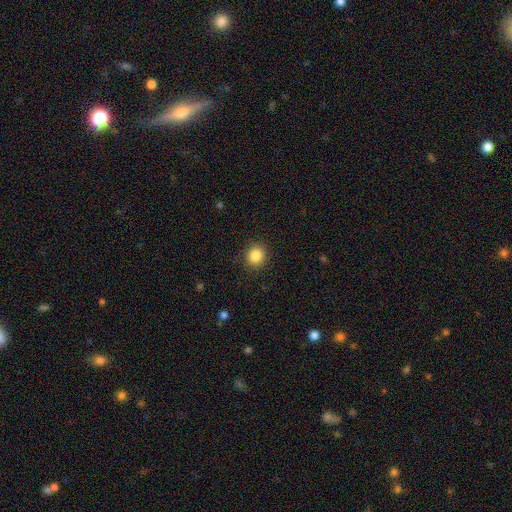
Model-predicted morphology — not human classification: This appears to be a smooth galaxy with no disk features (85%) that is round (84%). Merging: none (90%).